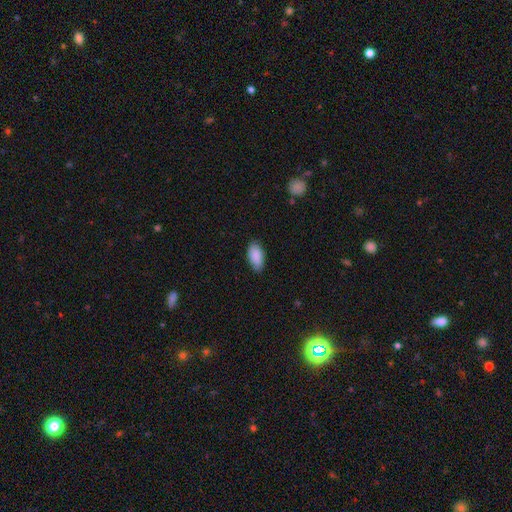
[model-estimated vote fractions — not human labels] Smooth or featured? smooth (89%)
How rounded? in between (94%)
Merging? none (81%)